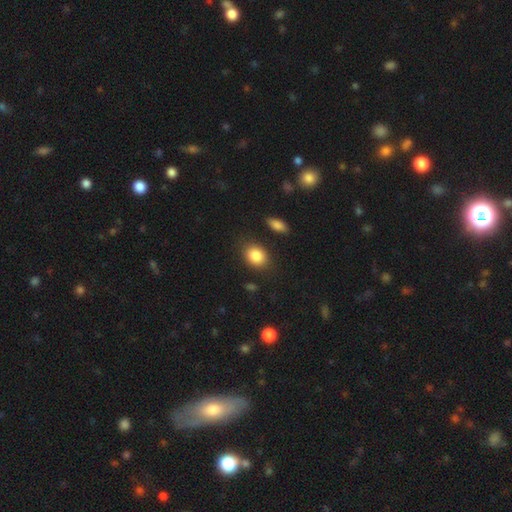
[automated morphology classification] This is clearly a smooth galaxy (86%). How rounded: possibly in between (60%). Merging: clearly none (82%).